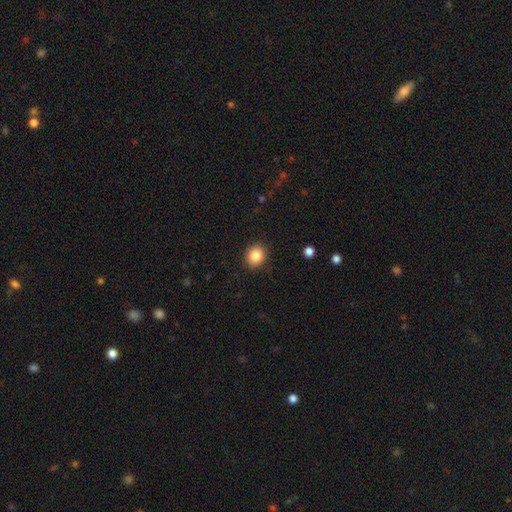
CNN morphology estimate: Smooth or featured? Predicted: smooth (p=0.86). How rounded? Predicted: round (p=0.73). Merging? Predicted: none (p=0.90).